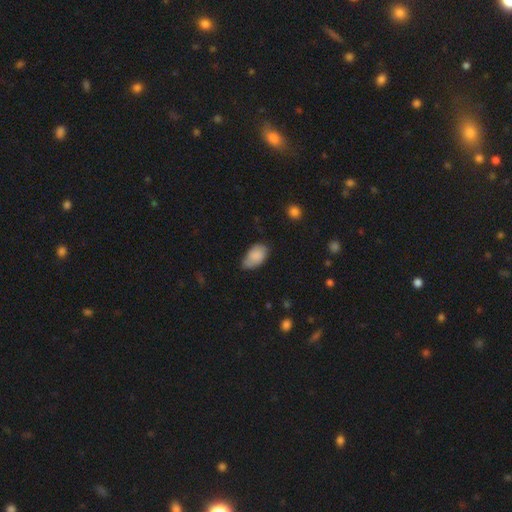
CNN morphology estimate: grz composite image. It shows a smooth galaxy with no disk features (85%) that is in between round and cigar-shaped (93%). Merging: none (55%).